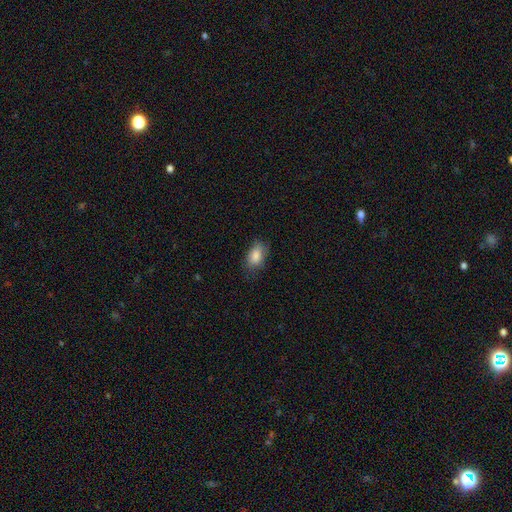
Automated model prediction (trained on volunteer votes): Q: Smooth or featured?
A: smooth (85%); runner-up: featured or disk (8%)
Q: How rounded?
A: in between (90%); runner-up: round (7%)
Q: Merging?
A: none (73%); runner-up: minor disturbance (21%)